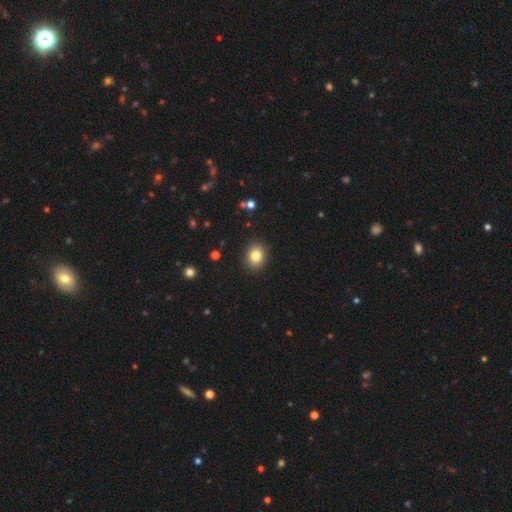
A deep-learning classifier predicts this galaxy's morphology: Overall: smooth (82%). How rounded: round (63%; in between 36%). Merging: none (91%).